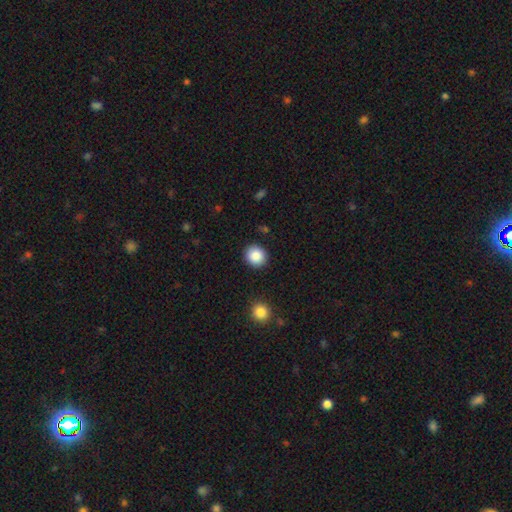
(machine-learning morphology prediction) Smooth or featured: smooth — 88% (star or artifact — 8%)
How rounded: round — 86% (in between — 13%)
Merging: none — 90% (minor disturbance — 6%)